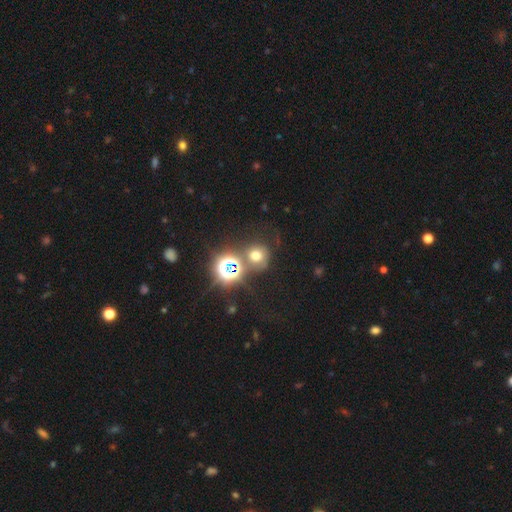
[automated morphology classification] smooth 55%, star or artifact 33%, featured or disk 12%. Down the decision tree: how rounded — round (86%); merging — none (62%).